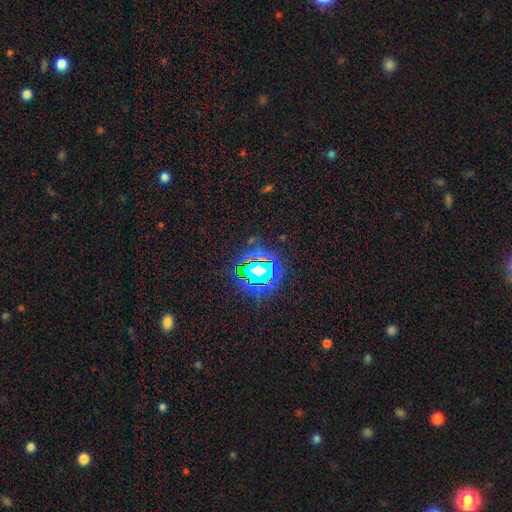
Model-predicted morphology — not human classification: A star or artifact, not a galaxy (83%).

Vote fractions:
- Smooth or featured? star or artifact: 83% / smooth: 10% / featured or disk: 7%